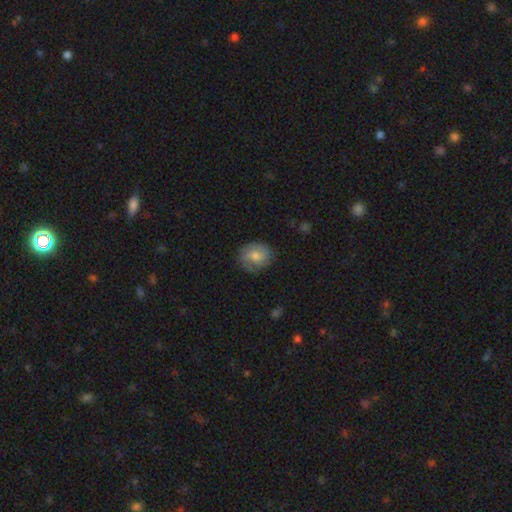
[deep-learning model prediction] Morphology: type=smooth (61%); roundness=round (73%); merging=none (76%).